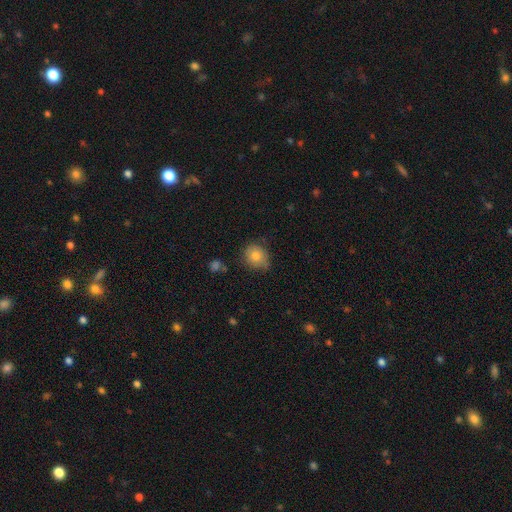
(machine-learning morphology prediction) Overall: smooth (80%). How rounded: round (76%). Merging: none (70%).